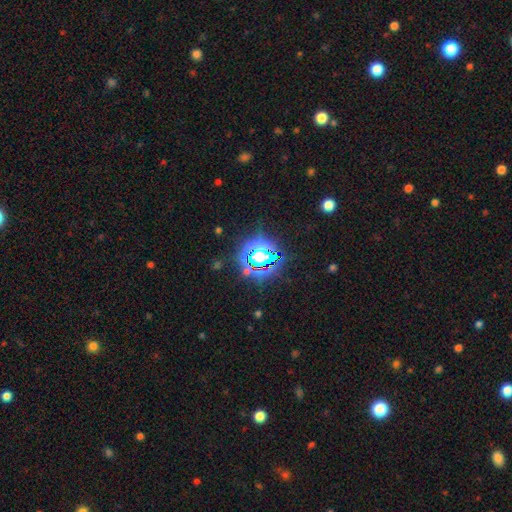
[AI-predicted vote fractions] Overall: star or artifact (81%).